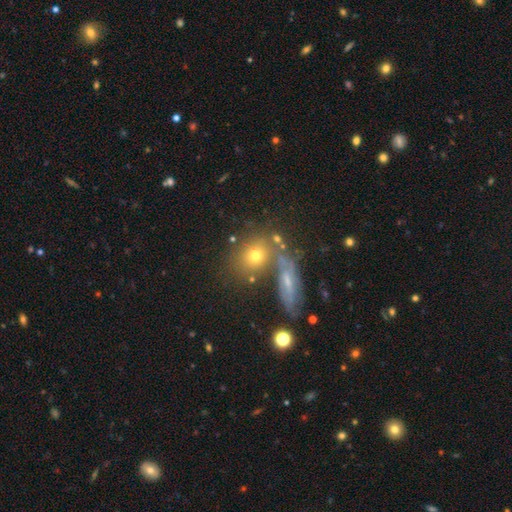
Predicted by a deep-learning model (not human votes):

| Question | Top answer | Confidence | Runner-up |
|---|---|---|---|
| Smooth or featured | smooth | 65% | featured or disk (21%) |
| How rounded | round | 64% | in between (32%) |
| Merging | none | 57% | merger (24%) |